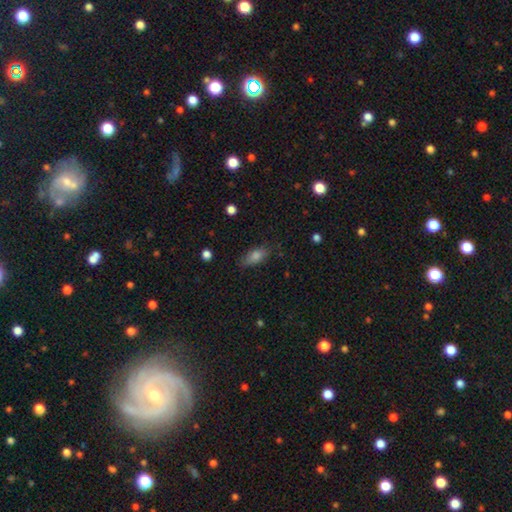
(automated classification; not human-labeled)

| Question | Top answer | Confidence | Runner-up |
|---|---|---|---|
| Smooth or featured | smooth | 77% | featured or disk (12%) |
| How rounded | in between | 80% | cigar-shaped (15%) |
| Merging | none | 79% | minor disturbance (16%) |